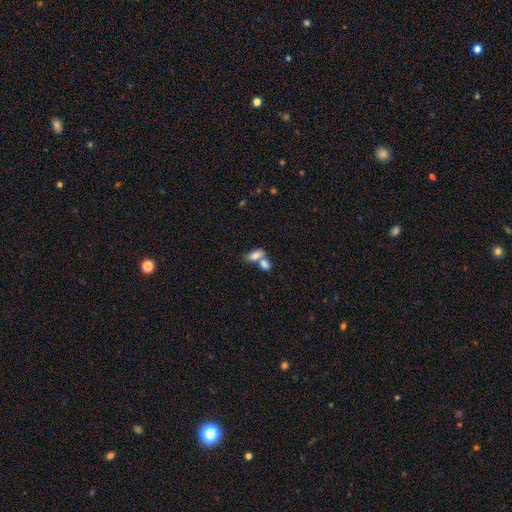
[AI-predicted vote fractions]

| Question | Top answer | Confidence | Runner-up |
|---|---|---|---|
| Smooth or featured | smooth | 80% | featured or disk (11%) |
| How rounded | in between | 86% | round (7%) |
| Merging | merger | 60% | none (27%) |